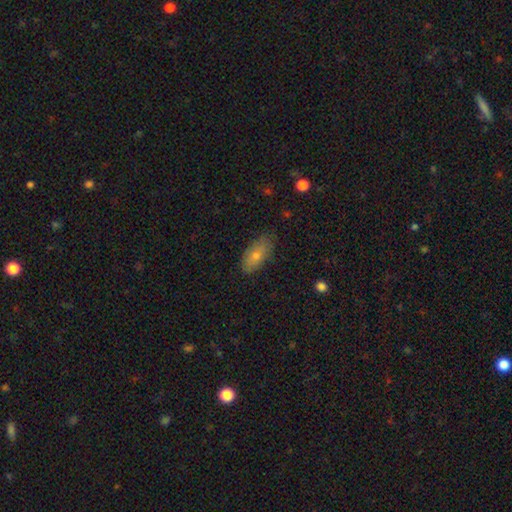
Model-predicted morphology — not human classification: type=smooth (71%); roundness=in between (84%); merging=none (79%).